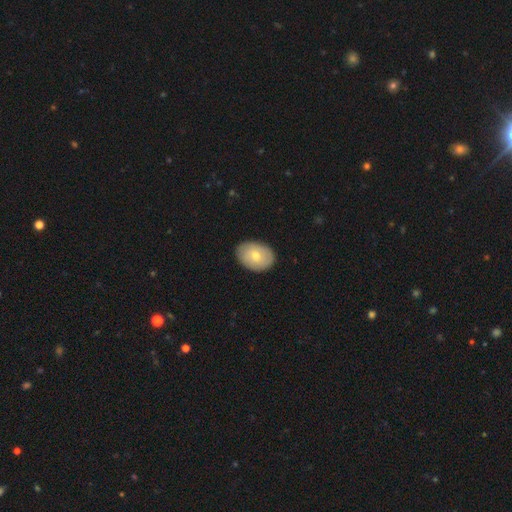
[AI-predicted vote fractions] Morphology: type=smooth (66%); roundness=in between (75%); merging=none (87%).